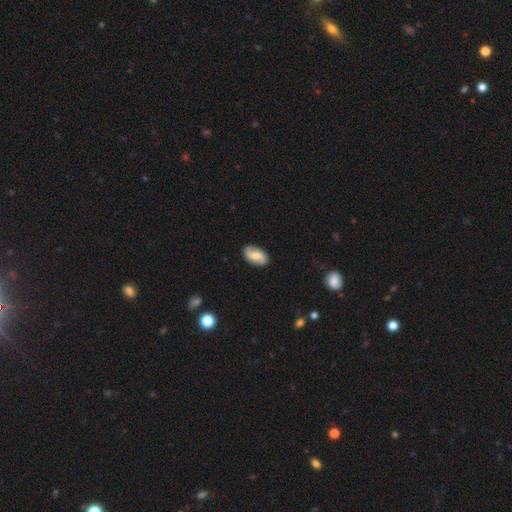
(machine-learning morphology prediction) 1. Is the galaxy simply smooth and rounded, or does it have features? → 47% featured or disk, 46% smooth, 7% star or artifact.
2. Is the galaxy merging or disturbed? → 86% none, 10% minor disturbance, 2% major disturbance, 1% merger.